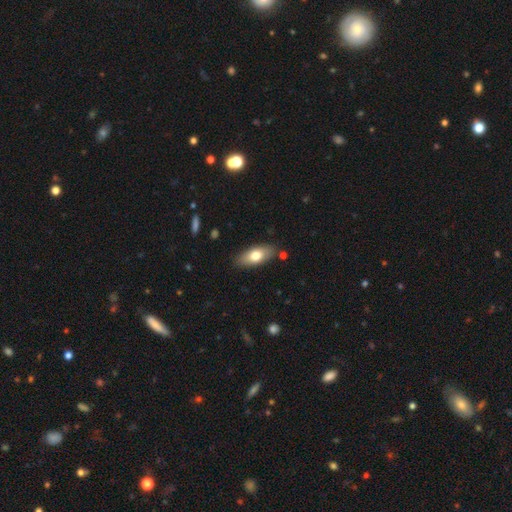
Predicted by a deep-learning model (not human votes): A smooth galaxy with no disk features (72%) that is in between round and cigar-shaped (83%).

Vote fractions:
- Smooth or featured? smooth: 72% / featured or disk: 22% / star or artifact: 6%
- How rounded? in between: 83% / cigar-shaped: 14% / round: 3%
- Merging? none: 84% / minor disturbance: 11% / major disturbance: 2% / merger: 2%